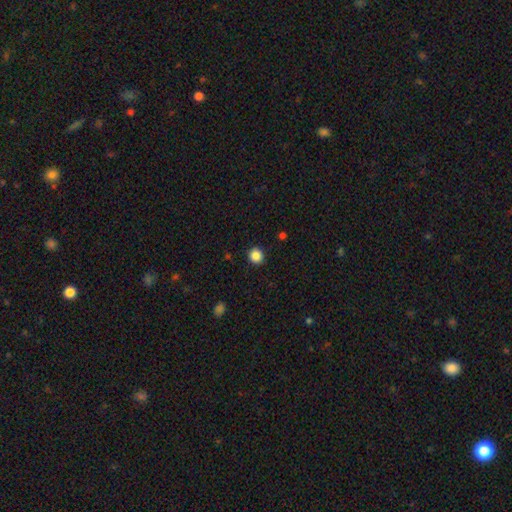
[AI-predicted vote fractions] smooth-or-featured: smooth: 87% | star or artifact: 10% | featured or disk: 3%
  how-rounded: round: 89% | in between: 10% | cigar-shaped: 1%
  merging: none: 92% | minor disturbance: 5% | major disturbance: 2% | merger: 1%